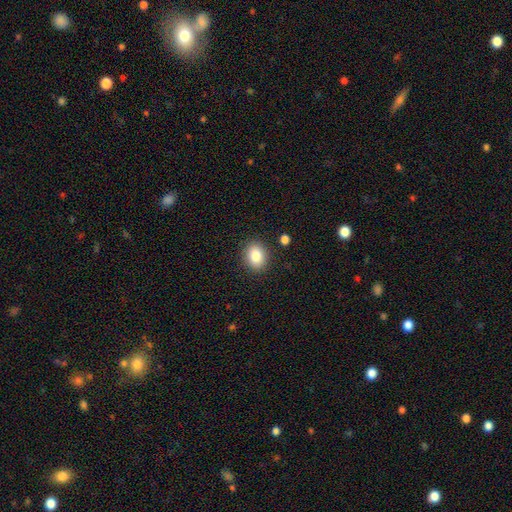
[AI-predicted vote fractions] Q: Smooth or featured?
A: smooth (85%); runner-up: star or artifact (9%)
Q: How rounded?
A: in between (51%); runner-up: round (49%)
Q: Merging?
A: none (87%); runner-up: minor disturbance (8%)